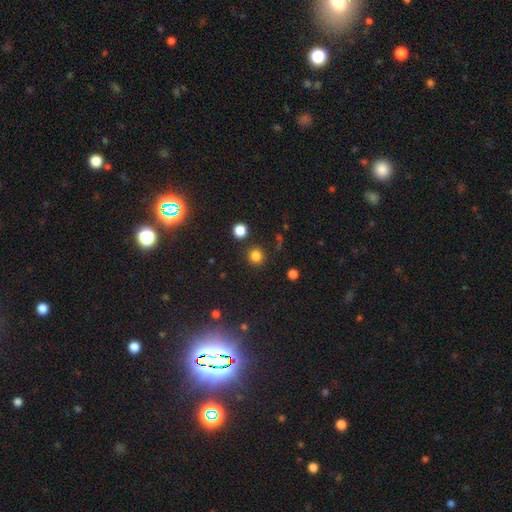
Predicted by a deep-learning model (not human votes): Smooth or featured: smooth — 82% (star or artifact — 14%)
How rounded: round — 92% (in between — 7%)
Merging: none — 86% (minor disturbance — 7%)